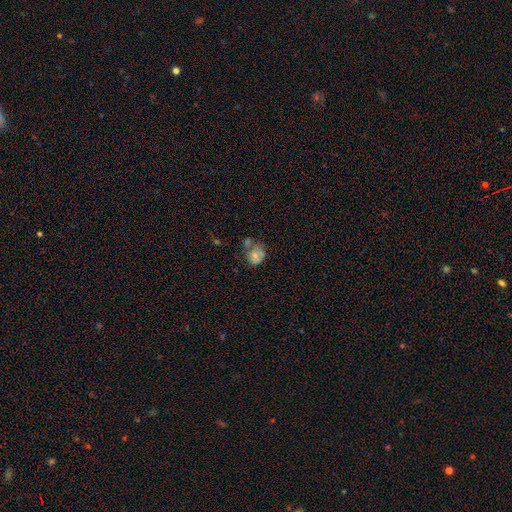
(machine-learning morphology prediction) A smooth galaxy with no disk features (58%) that is round (62%).

Vote fractions:
- Smooth or featured? smooth: 58% / featured or disk: 31% / star or artifact: 11%
- How rounded? round: 62% / in between: 37% / cigar-shaped: 1%
- Merging? none: 35% / merger: 26% / minor disturbance: 25% / major disturbance: 15%